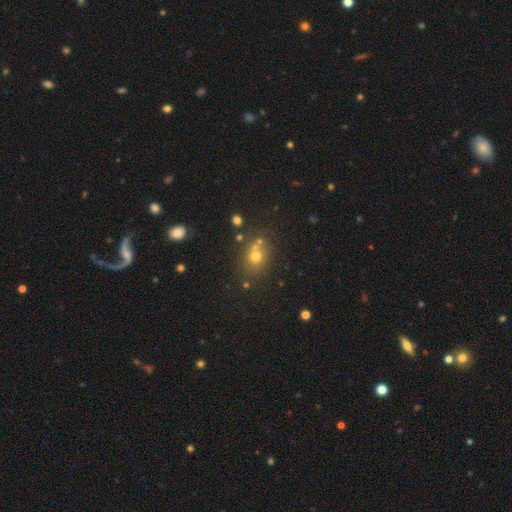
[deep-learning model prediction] Smooth or featured?
  - smooth: 64% *
  - star or artifact: 22%
  - featured or disk: 13%
How rounded?
  - round: 70% *
  - in between: 29%
  - cigar-shaped: 1%
Merging?
  - none: 64% *
  - merger: 20%
  - minor disturbance: 12%
  - major disturbance: 5%